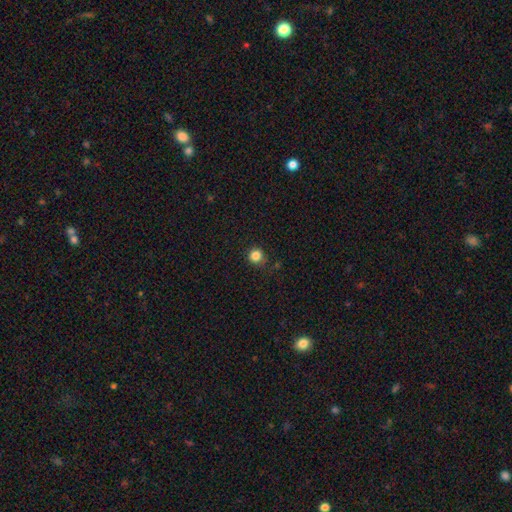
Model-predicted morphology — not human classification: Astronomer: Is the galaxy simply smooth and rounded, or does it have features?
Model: smooth — 84%.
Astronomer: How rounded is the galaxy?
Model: round — 93%.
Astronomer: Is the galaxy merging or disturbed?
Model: none — 86%.